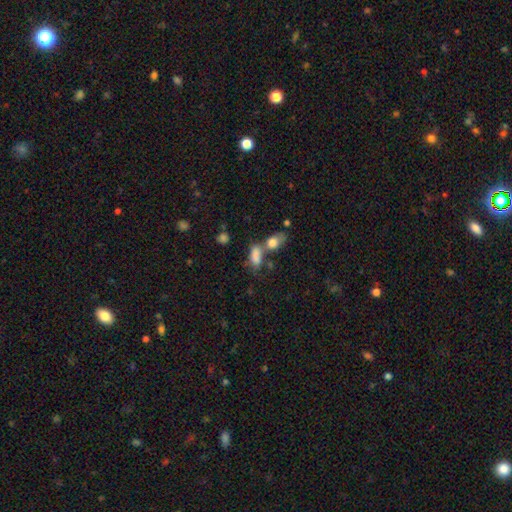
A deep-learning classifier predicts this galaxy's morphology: Smooth or featured: smooth — 78% (featured or disk — 11%)
How rounded: in between — 80% (round — 10%)
Merging: merger — 47% (none — 31%)